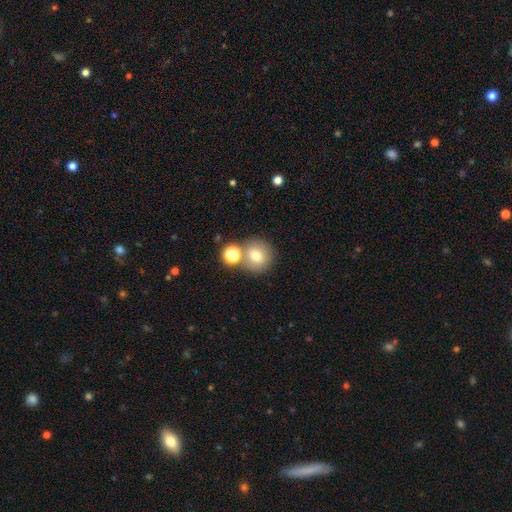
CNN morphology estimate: The model was most divided on "merging": none: 64%, merger: 22%, minor disturbance: 10%, major disturbance: 4%. More confident: how rounded — round (85%); smooth or featured — smooth (74%).